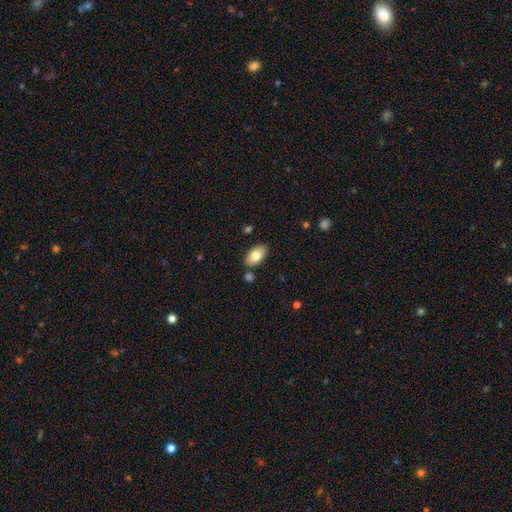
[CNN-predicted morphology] The model was most divided on "smooth or featured": smooth: 79%, featured or disk: 14%, star or artifact: 7%. More confident: how rounded — in between (94%); merging — none (83%).